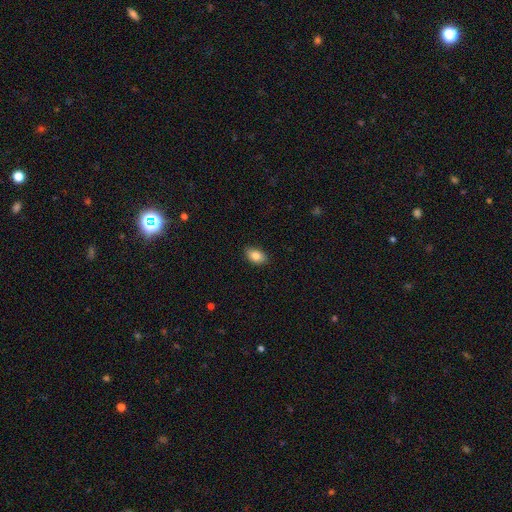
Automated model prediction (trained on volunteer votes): Smooth or featured?
  - smooth: 85% *
  - star or artifact: 8%
  - featured or disk: 7%
How rounded?
  - in between: 89% *
  - round: 10%
  - cigar-shaped: 2%
Merging?
  - none: 87% *
  - minor disturbance: 10%
  - major disturbance: 2%
  - merger: 1%